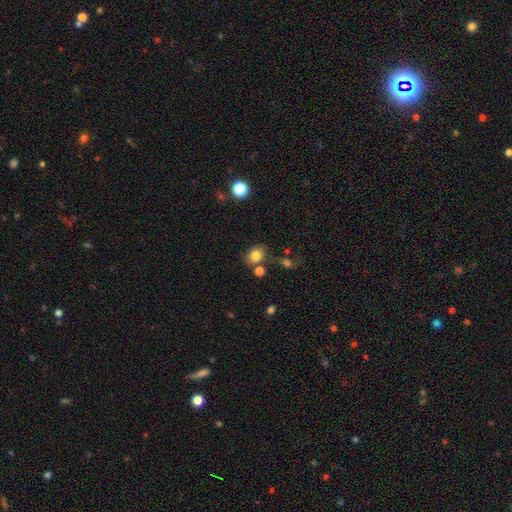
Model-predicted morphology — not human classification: This is clearly a smooth galaxy (82%). How rounded: possibly round (51%). Merging: likely none (66%).